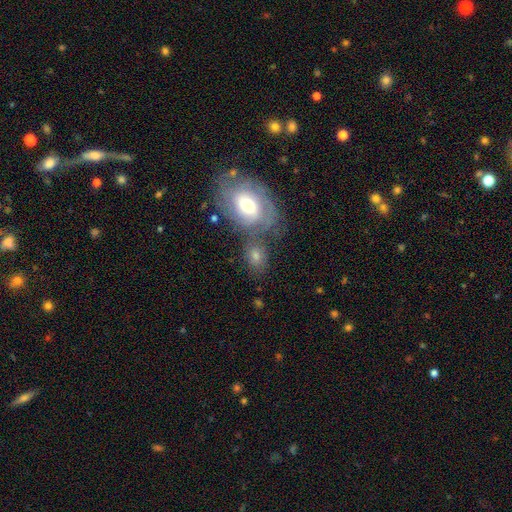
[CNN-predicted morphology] smooth_or_featured: smooth (p=0.55) [alt: featured or disk p=0.34]
how_rounded: in between (p=0.61) [alt: round p=0.37]
merging: none (p=0.49) [alt: merger p=0.31]